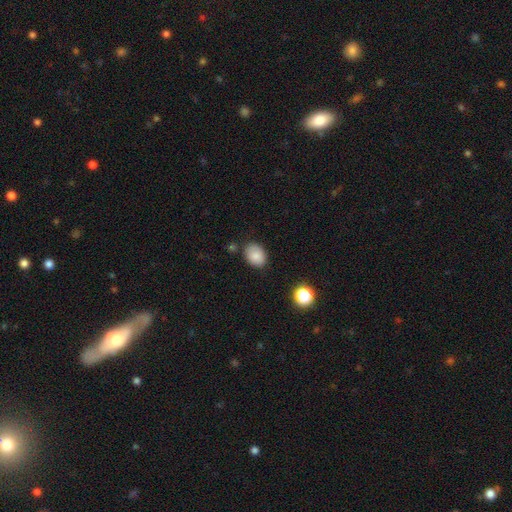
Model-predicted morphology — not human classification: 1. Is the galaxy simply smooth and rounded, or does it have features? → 84% smooth, 9% star or artifact, 7% featured or disk.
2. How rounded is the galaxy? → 71% in between, 28% round, 1% cigar-shaped.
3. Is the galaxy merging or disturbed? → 79% none, 14% minor disturbance, 3% merger, 3% major disturbance.